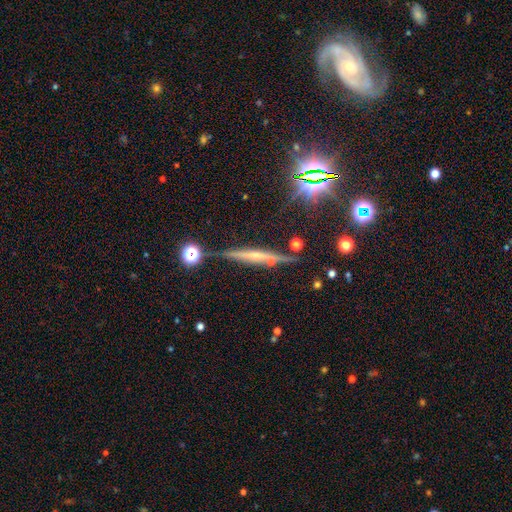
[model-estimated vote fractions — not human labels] This is possibly a featured or disk galaxy (55%). It is clearly viewed edge-on (94%). Edge-on bulge: possibly none (52%). Merging: likely none (78%).